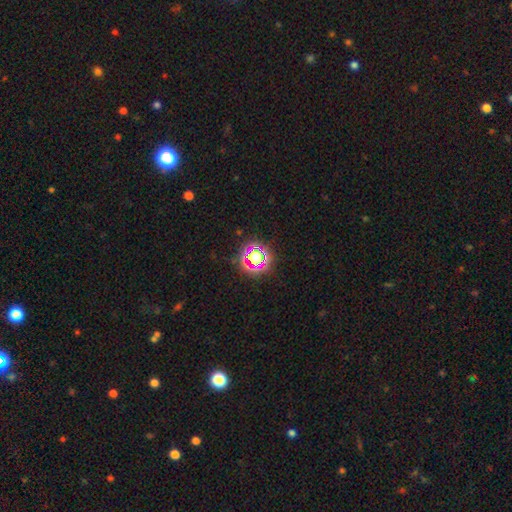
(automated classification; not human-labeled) A star or artifact, not a galaxy (61%).